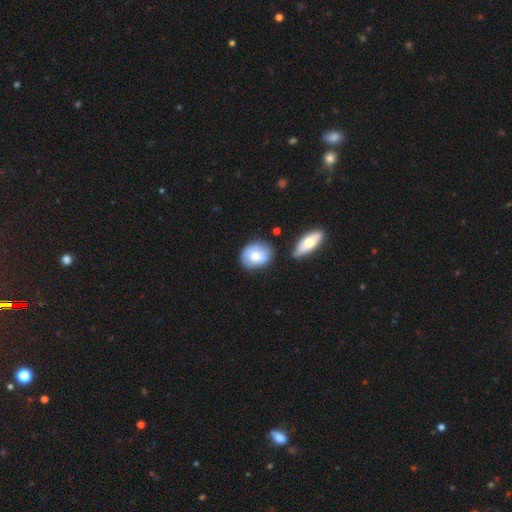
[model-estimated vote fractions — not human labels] Morphology: type=smooth (65%); roundness=round (55%); merging=none (65%).